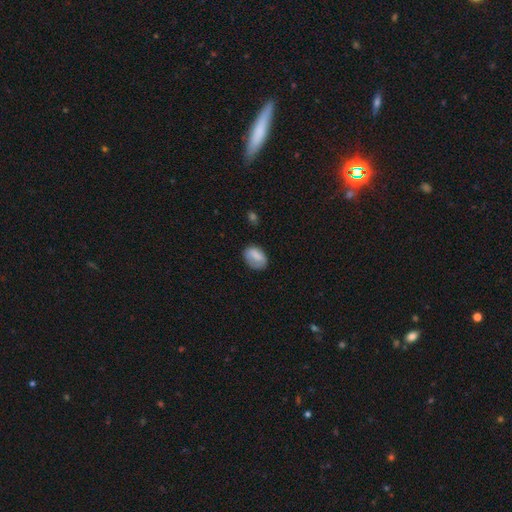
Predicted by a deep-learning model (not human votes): Overall: smooth (78%). How rounded: in between (77%). Merging: none (64%; minor disturbance 25%).